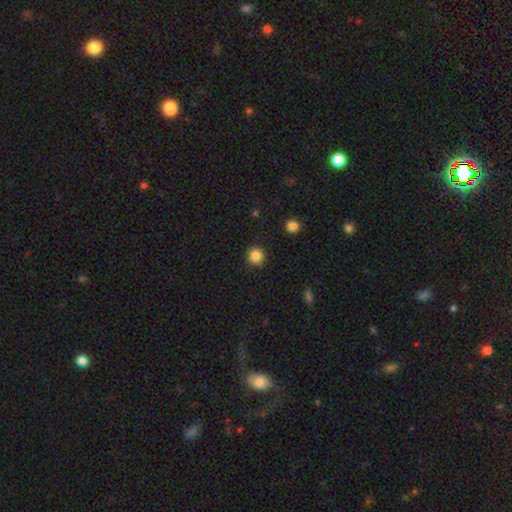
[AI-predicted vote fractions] Smooth or featured? smooth (85%)
How rounded? round (93%)
Merging? none (91%)